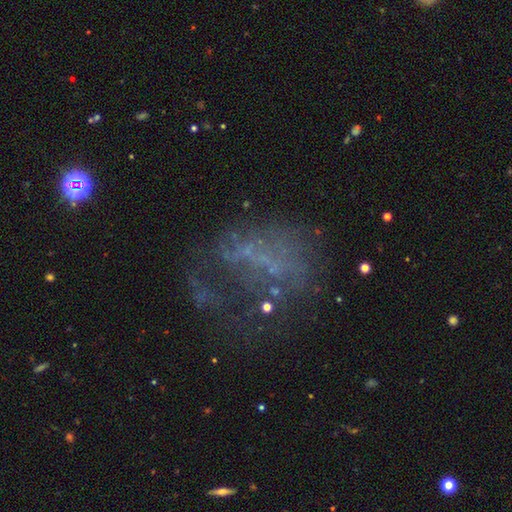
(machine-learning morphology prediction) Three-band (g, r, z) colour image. It shows a featured or disk galaxy (49%). Merging: major disturbance (43%).